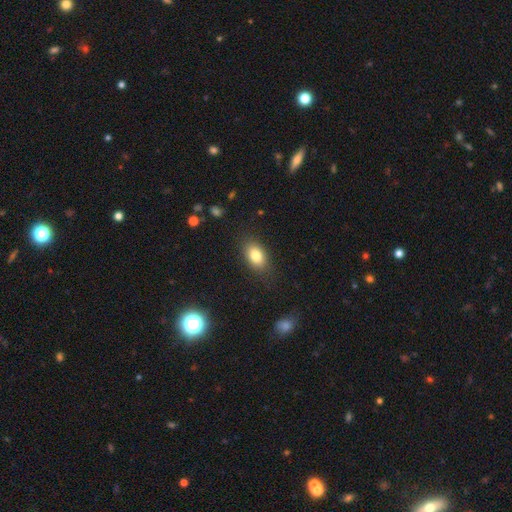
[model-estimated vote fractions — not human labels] A smooth galaxy with no disk features (81%) that is in between round and cigar-shaped (85%). Merging: none (84%).